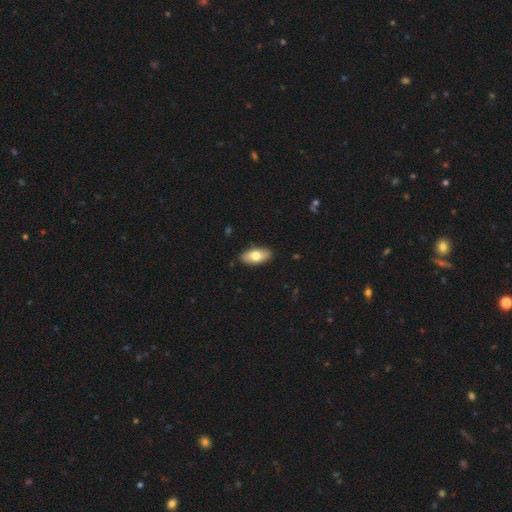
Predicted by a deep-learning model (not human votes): Overall: smooth (76%). How rounded: in between (90%). Merging: none (88%).